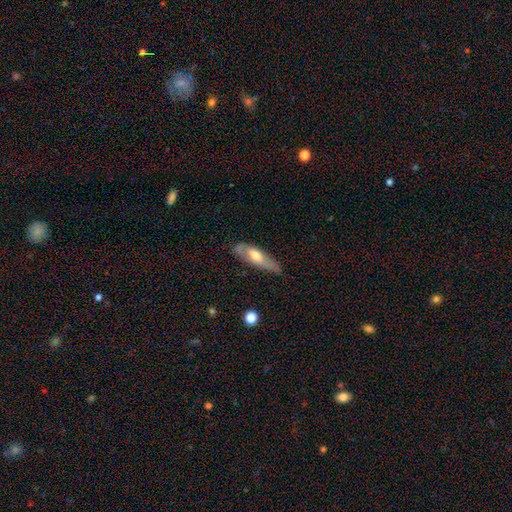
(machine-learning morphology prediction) Overall: smooth (47%, tied with featured or disk). Merging: none (60%; minor disturbance 29%).